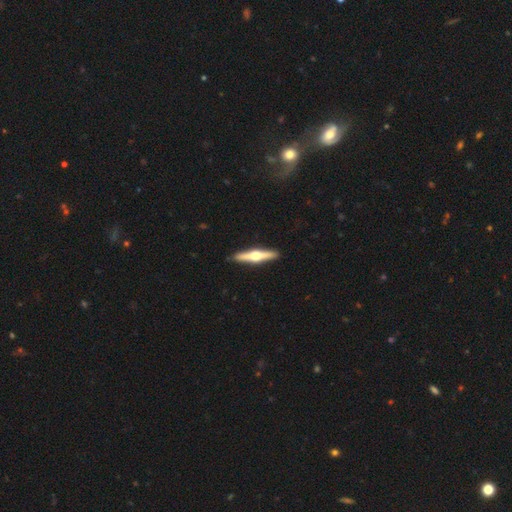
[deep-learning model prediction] Smooth or featured? featured or disk (73%)
Edge-on disk? yes (98%)
Edge-on bulge? rounded (96%)
Merging? none (92%)